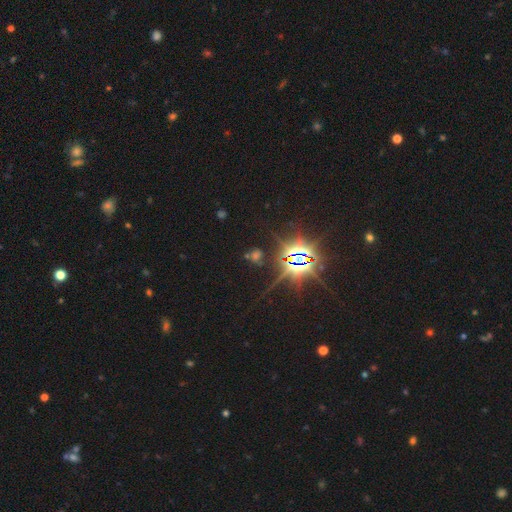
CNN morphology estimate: Q: Smooth or featured?
A: star or artifact (75%); runner-up: smooth (14%)